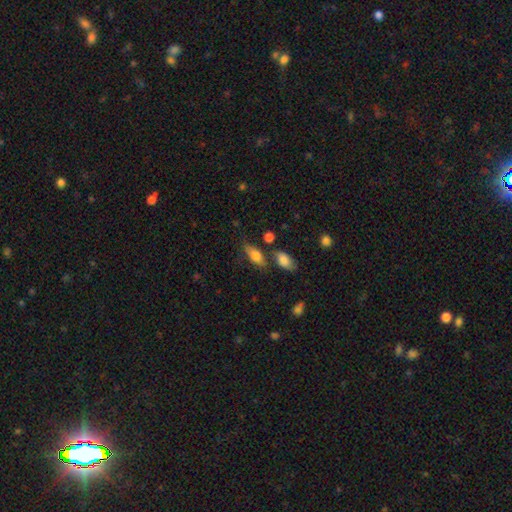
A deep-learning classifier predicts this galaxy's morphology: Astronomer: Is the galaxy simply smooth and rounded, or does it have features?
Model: smooth — 69%.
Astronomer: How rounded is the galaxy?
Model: in between — 74%.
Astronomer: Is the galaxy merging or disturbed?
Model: none — 63%.